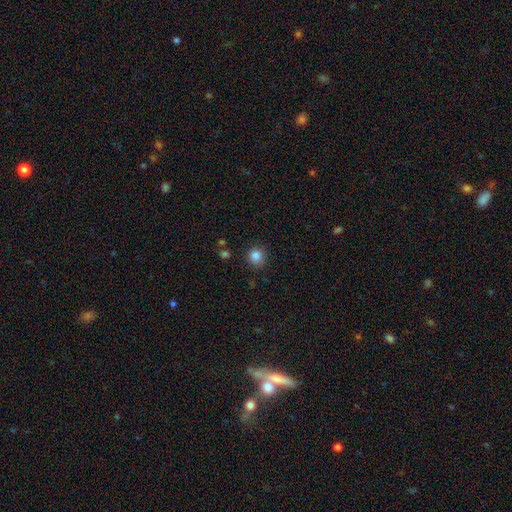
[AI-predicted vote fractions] Overall: smooth (84%). How rounded: round (91%). Merging: none (87%).